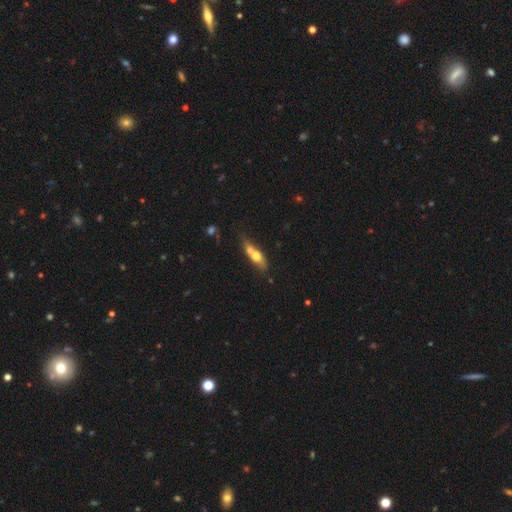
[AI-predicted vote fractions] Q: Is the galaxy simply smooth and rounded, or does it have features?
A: smooth — 61%.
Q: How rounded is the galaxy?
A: in between — 57%.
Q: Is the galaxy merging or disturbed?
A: merger — 49%.